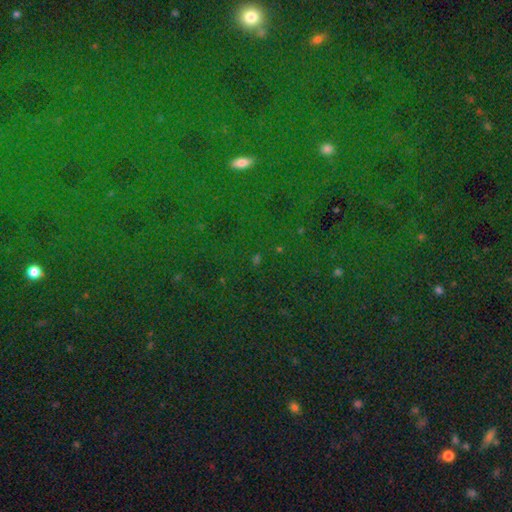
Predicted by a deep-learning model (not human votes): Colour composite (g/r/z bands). It shows a star or artifact, not a galaxy (80%).